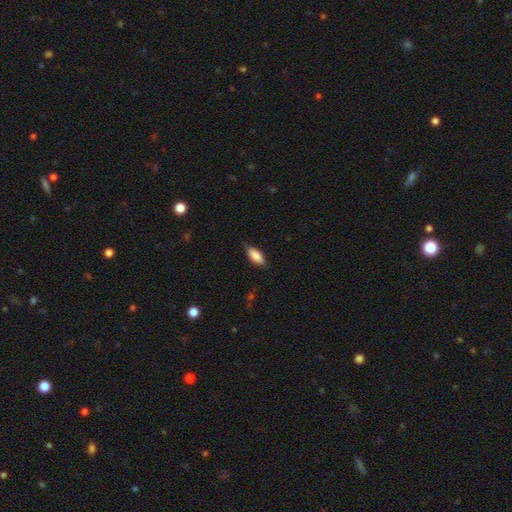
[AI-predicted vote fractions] A smooth galaxy with no disk features (86%) that is in between round and cigar-shaped (80%).

Vote fractions:
- Smooth or featured? smooth: 86% / featured or disk: 8% / star or artifact: 6%
- How rounded? in between: 80% / cigar-shaped: 18% / round: 2%
- Merging? none: 82% / minor disturbance: 15% / major disturbance: 3% / merger: 1%